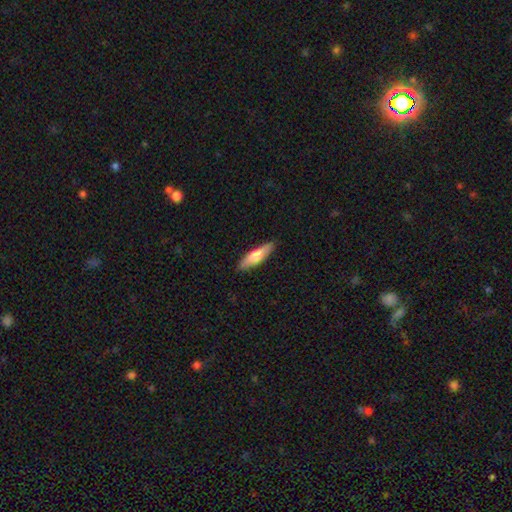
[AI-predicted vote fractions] This appears to be a smooth galaxy with no disk features (68%) that is cigar-shaped (68%). Merging: none (88%).